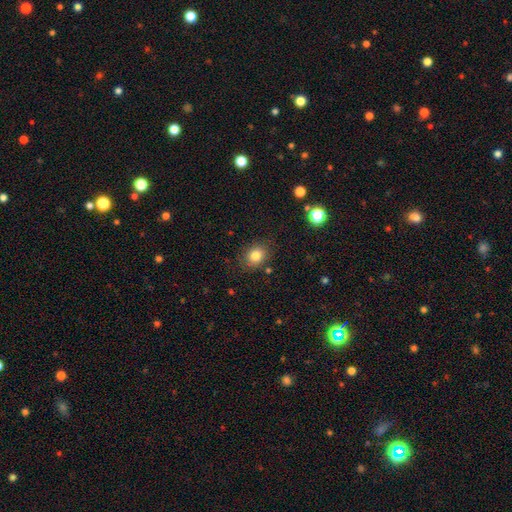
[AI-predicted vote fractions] Smooth or featured? Predicted: smooth (p=0.82). How rounded? Predicted: round (p=0.56). Merging? Predicted: none (p=0.81).